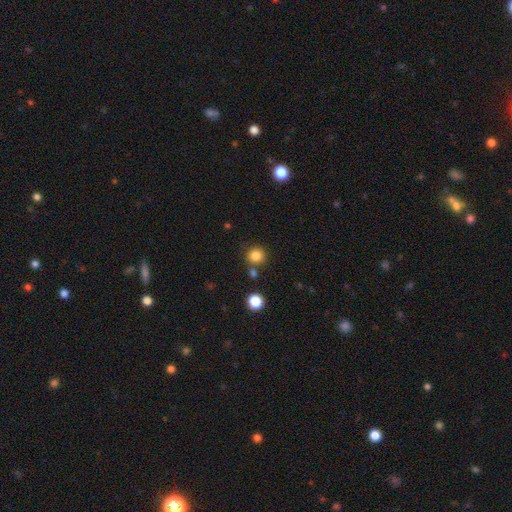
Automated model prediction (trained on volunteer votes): smooth-or-featured: smooth: 83% | star or artifact: 12% | featured or disk: 5%
  how-rounded: round: 92% | in between: 7% | cigar-shaped: 1%
  merging: none: 79% | merger: 10% | minor disturbance: 8% | major disturbance: 3%